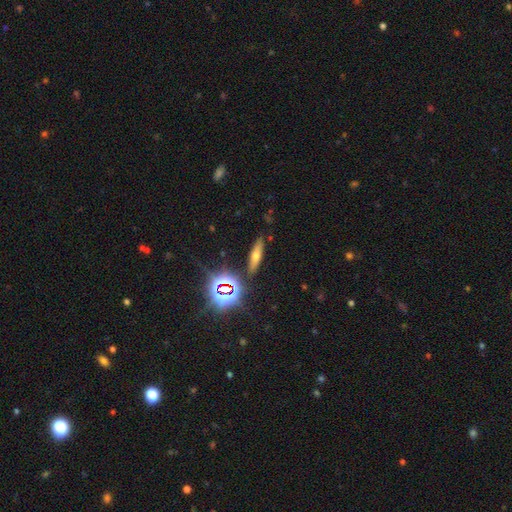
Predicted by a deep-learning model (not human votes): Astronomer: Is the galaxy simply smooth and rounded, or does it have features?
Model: smooth — 42% (runner-up: featured or disk, 32%).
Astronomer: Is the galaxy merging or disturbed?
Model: none — 86%.